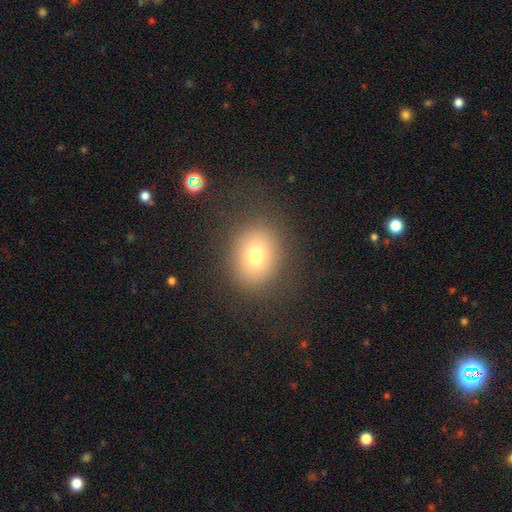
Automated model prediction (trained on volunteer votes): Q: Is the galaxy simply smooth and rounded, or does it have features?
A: smooth — 74%.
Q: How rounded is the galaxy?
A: round — 63%.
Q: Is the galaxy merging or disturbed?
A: none — 83%.